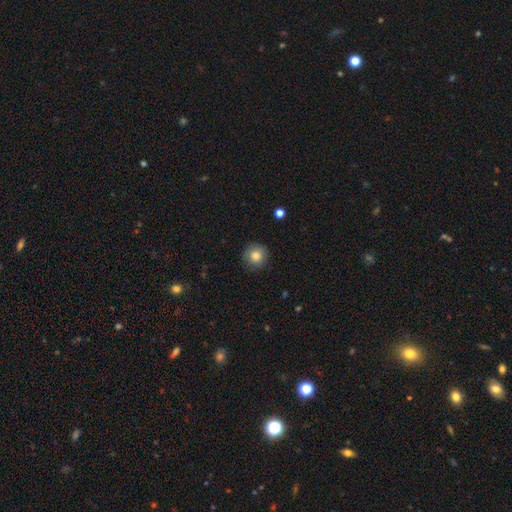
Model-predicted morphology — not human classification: Smooth or featured? smooth (81%)
How rounded? round (94%)
Merging? none (87%)